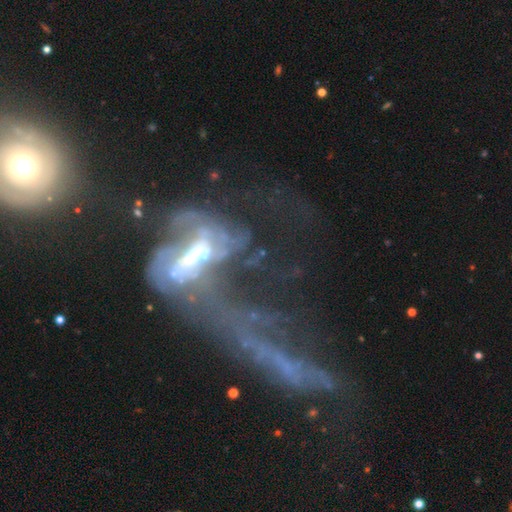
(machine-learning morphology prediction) Smooth or featured? featured or disk (74%)
Edge-on disk? no (86%)
Bar? no (44%)
Spiral arms? yes (58%)
Bulge size? moderate (51%)
Merging? merger (43%)